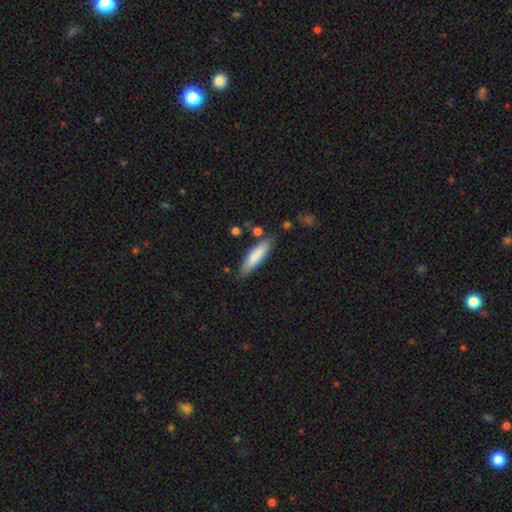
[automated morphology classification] Smooth or featured: smooth — 79% (featured or disk — 15%)
How rounded: cigar-shaped — 69% (in between — 29%)
Merging: none — 79% (minor disturbance — 14%)